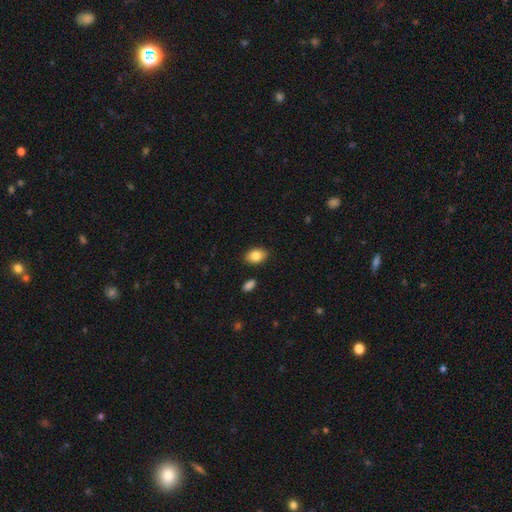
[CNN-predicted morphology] smooth-or-featured: smooth: 84% | featured or disk: 9% | star or artifact: 8%
  how-rounded: in between: 85% | round: 14% | cigar-shaped: 1%
  merging: none: 86% | minor disturbance: 10% | merger: 2% | major disturbance: 2%